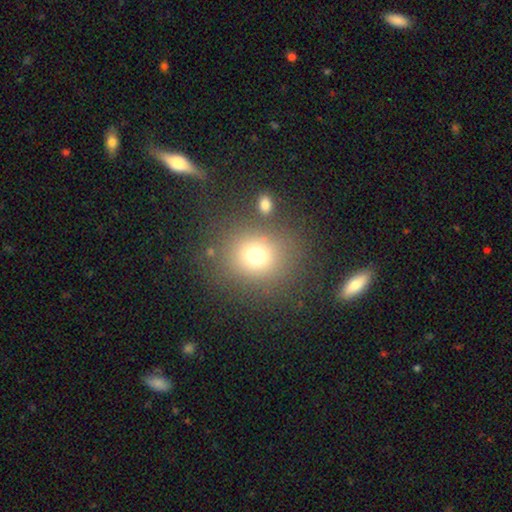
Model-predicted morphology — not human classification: smooth_or_featured: smooth (p=0.72) [alt: star or artifact p=0.17]
how_rounded: round (p=0.78) [alt: in between p=0.21]
merging: none (p=0.76) [alt: minor disturbance p=0.10]